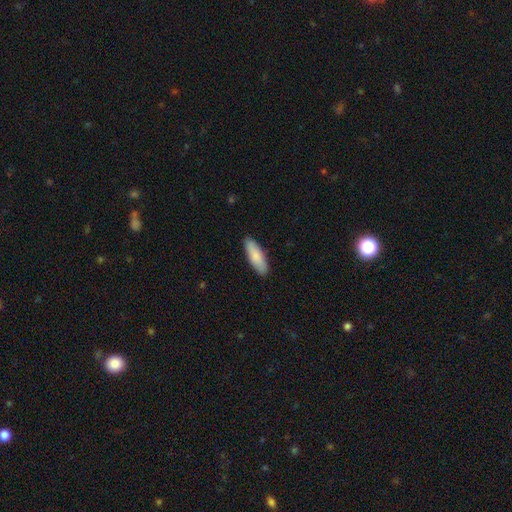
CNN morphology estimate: smooth 85%, featured or disk 10%, star or artifact 5%. Down the decision tree: how rounded — in between (53%); merging — none (89%).